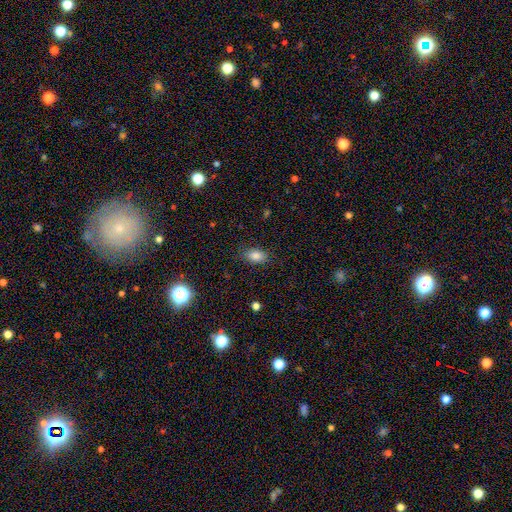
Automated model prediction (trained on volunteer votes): smooth-or-featured: smooth: 83% | star or artifact: 10% | featured or disk: 7%
  how-rounded: in between: 85% | round: 12% | cigar-shaped: 3%
  merging: none: 82% | minor disturbance: 13% | major disturbance: 4% | merger: 1%